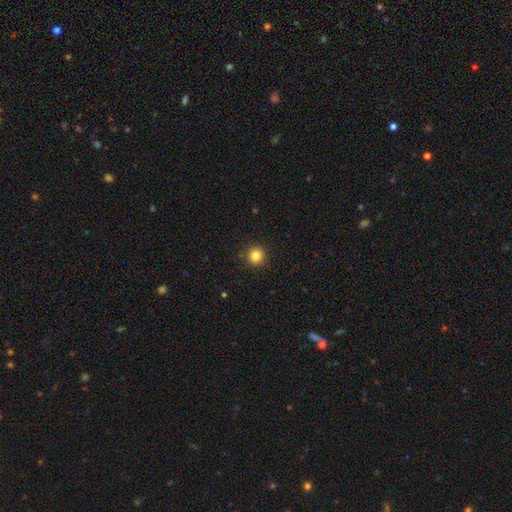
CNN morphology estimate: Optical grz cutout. It shows a smooth galaxy with no disk features (83%) that is round (93%). Merging: none (91%).